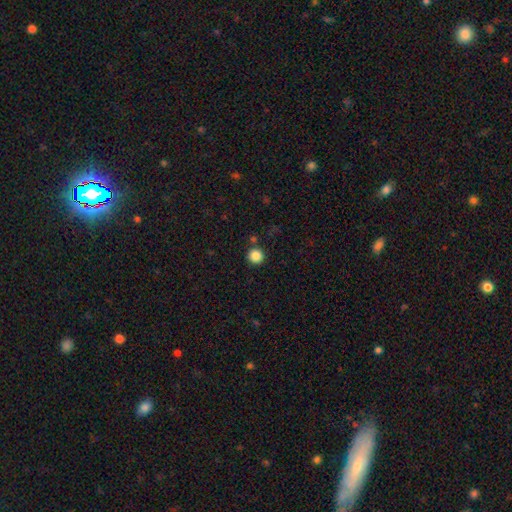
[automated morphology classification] smooth_or_featured: smooth (p=0.86) [alt: star or artifact p=0.11]
how_rounded: round (p=0.96) [alt: in between p=0.03]
merging: none (p=0.87) [alt: minor disturbance p=0.06]